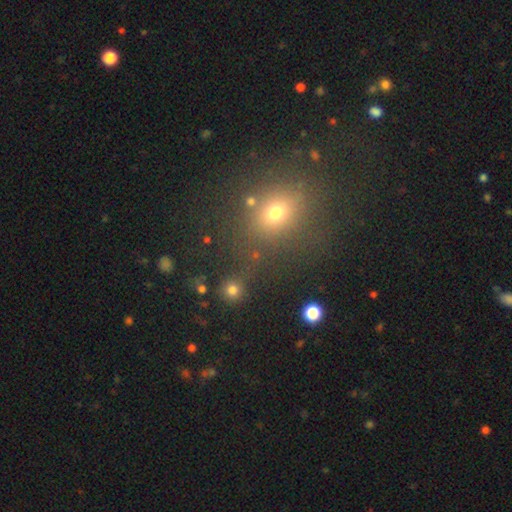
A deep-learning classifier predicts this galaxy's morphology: Smooth or featured: smooth — 60% (star or artifact — 29%)
How rounded: round — 65% (in between — 33%)
Merging: none — 77% (minor disturbance — 11%)